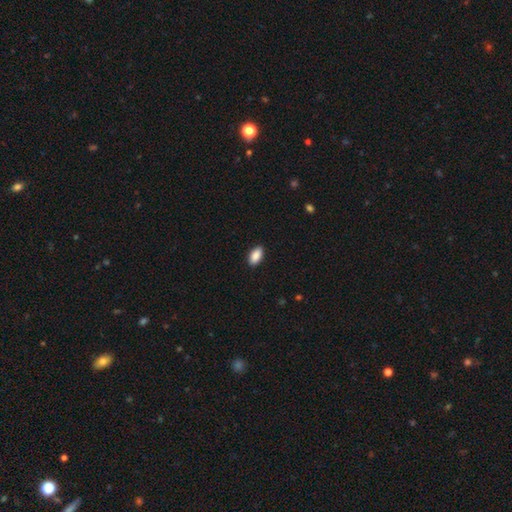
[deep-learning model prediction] Morphology: type=smooth (89%); roundness=in between (93%); merging=none (89%).